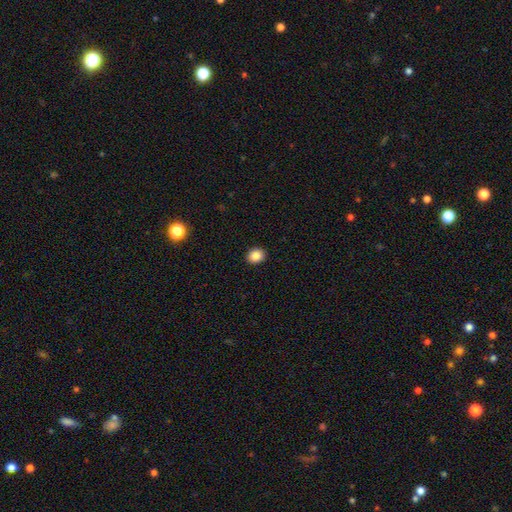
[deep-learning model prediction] A smooth galaxy with no disk features (86%) that is round (59%).

Vote fractions:
- Smooth or featured? smooth: 86% / star or artifact: 9% / featured or disk: 4%
- How rounded? round: 59% / in between: 40% / cigar-shaped: 1%
- Merging? none: 92% / minor disturbance: 6% / major disturbance: 2% / merger: 1%